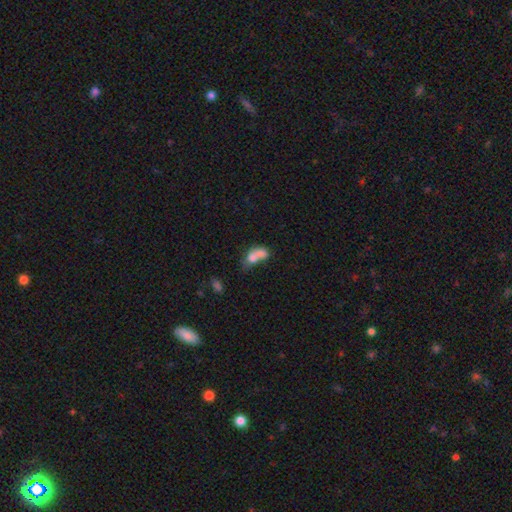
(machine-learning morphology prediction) type=smooth (70%); roundness=in between (71%); merging=merger (67%).